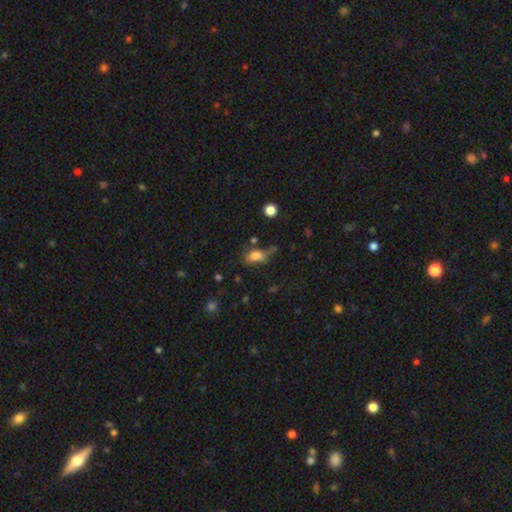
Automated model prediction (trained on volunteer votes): The model was most divided on "merging": none: 42%, minor disturbance: 28%, major disturbance: 19%, merger: 10%. More confident: how rounded — in between (82%); smooth or featured — smooth (75%).